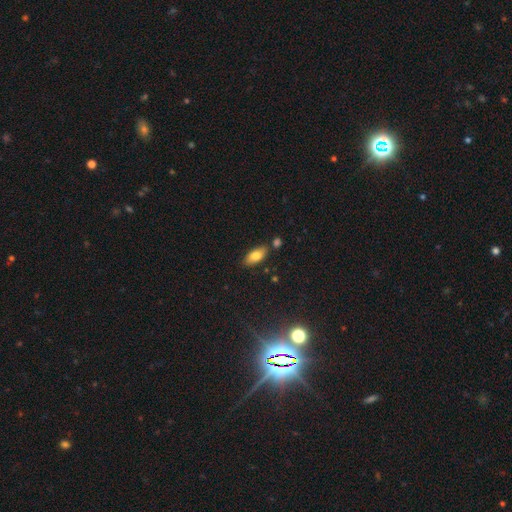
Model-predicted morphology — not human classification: type=smooth (79%); roundness=in between (86%); merging=none (79%).